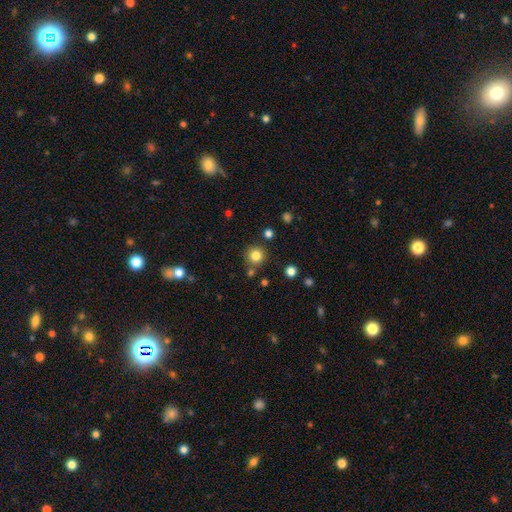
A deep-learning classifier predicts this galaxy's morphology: type=smooth (82%); roundness=round (94%); merging=none (83%).